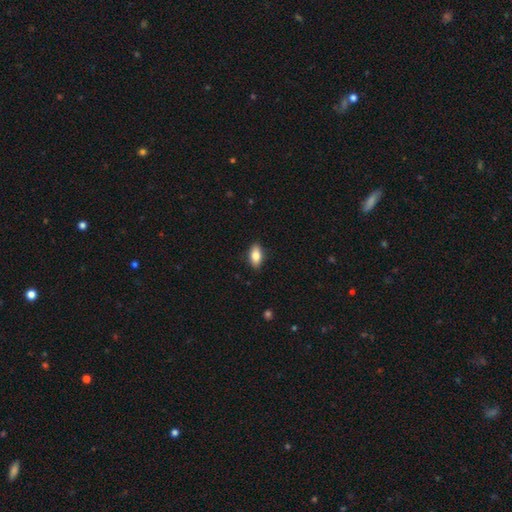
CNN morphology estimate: This is clearly a smooth galaxy (81%). How rounded: clearly in between (88%). Merging: clearly none (88%).